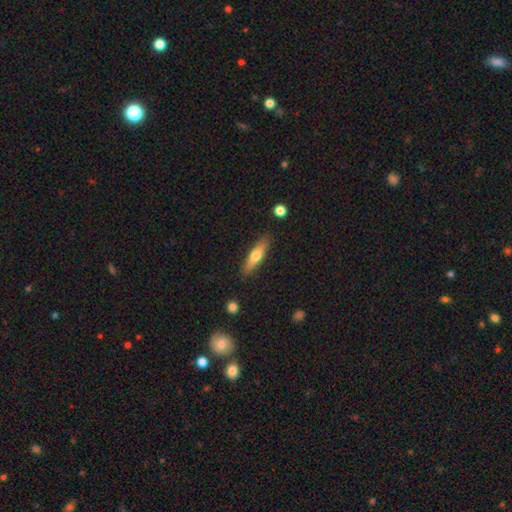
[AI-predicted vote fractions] Overall: smooth (58%; featured or disk 36%). How rounded: cigar-shaped (74%). Merging: none (87%).